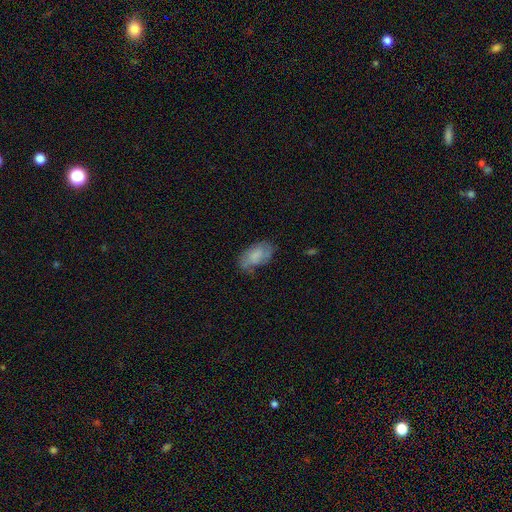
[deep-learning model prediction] Smooth or featured? Predicted: smooth (p=0.66). How rounded? Predicted: in between (p=0.93). Merging? Predicted: none (p=0.61).